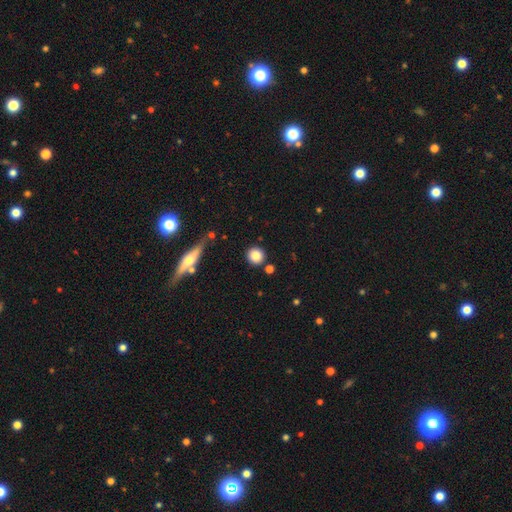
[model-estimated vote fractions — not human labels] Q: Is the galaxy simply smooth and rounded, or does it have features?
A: smooth — 83%.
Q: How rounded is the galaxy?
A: round — 92%.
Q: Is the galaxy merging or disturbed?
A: none — 85%.